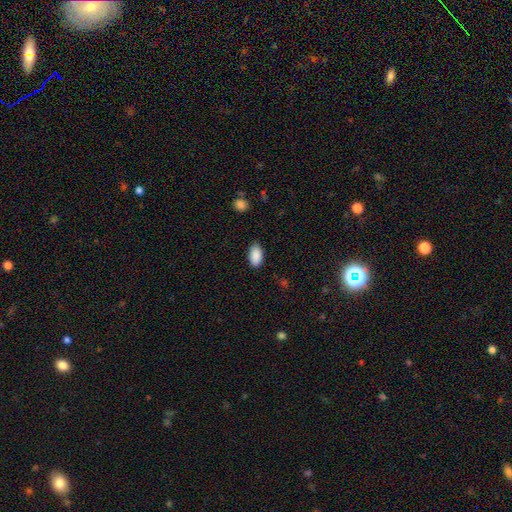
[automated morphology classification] type=smooth (90%); roundness=in between (94%); merging=none (85%).